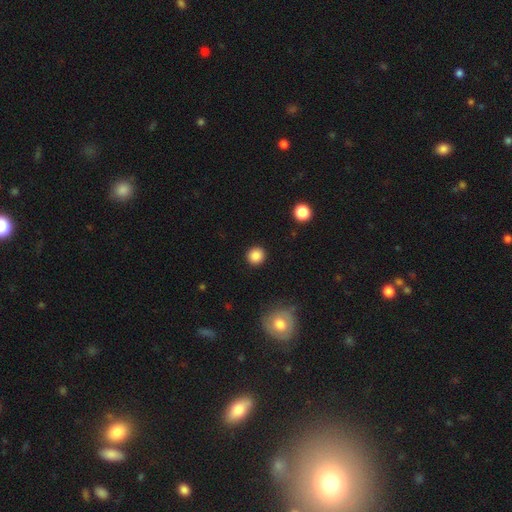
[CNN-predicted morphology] This appears to be a smooth galaxy with no disk features (86%) that is round (92%). Merging: none (91%).